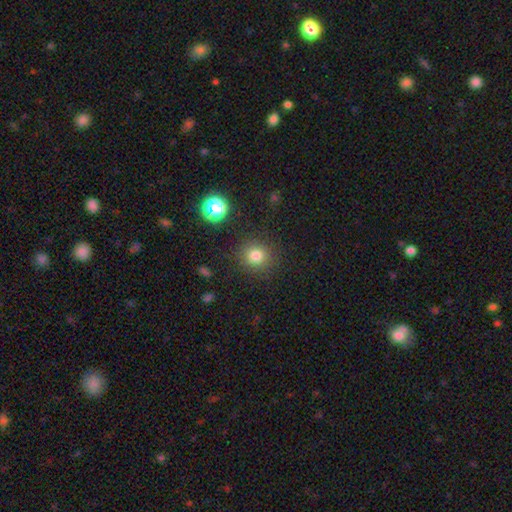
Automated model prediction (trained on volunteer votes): This is likely a smooth galaxy (77%). How rounded: clearly round (89%). Merging: clearly none (88%).